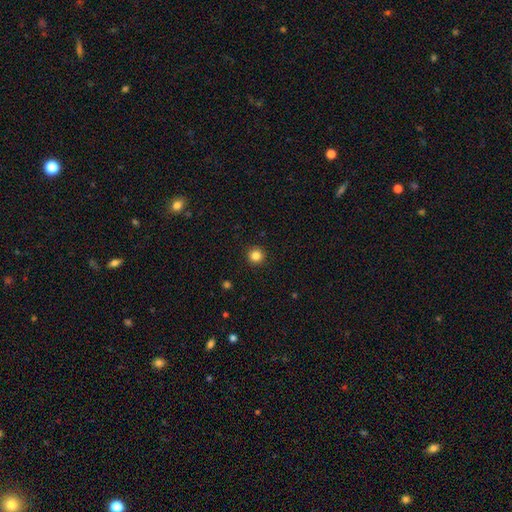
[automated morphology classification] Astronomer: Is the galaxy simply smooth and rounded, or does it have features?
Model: smooth — 84%.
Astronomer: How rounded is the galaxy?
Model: round — 96%.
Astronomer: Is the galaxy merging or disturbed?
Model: none — 93%.